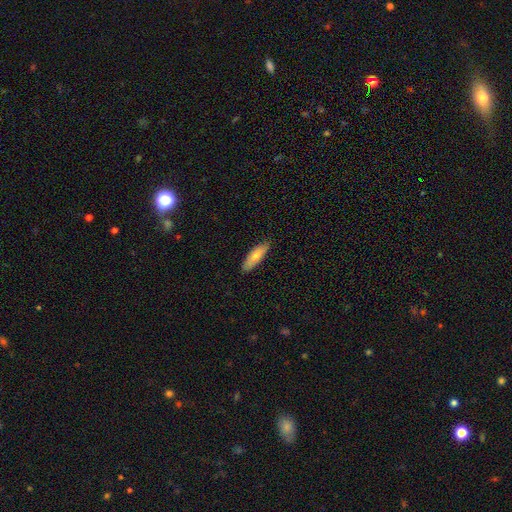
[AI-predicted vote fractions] Smooth or featured? smooth (75%)
How rounded? in between (54%)
Merging? none (86%)